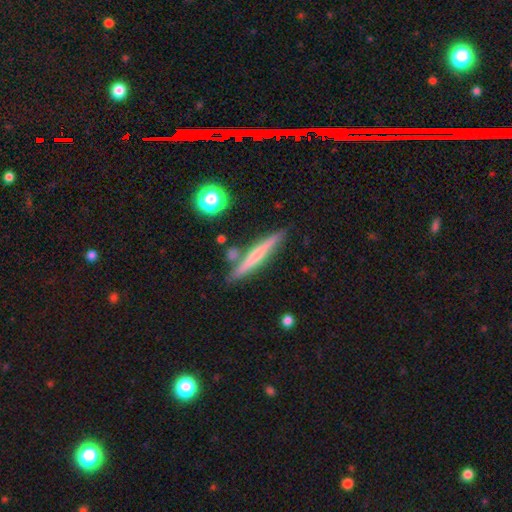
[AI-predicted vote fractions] This is possibly a featured or disk galaxy (49%). Merging: likely none (80%).